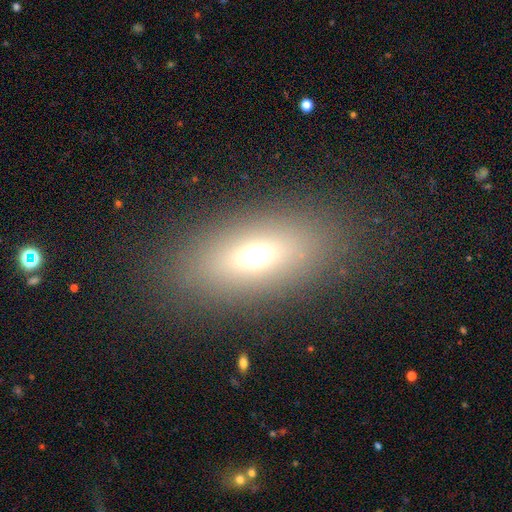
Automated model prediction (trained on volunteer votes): Morphology: type=smooth (61%); roundness=in between (80%); merging=none (82%).